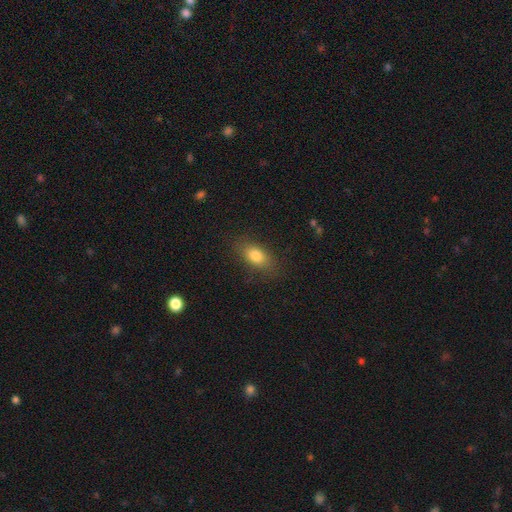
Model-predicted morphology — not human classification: This appears to be a smooth galaxy with no disk features (80%) that is in between round and cigar-shaped (84%). Merging: none (82%).